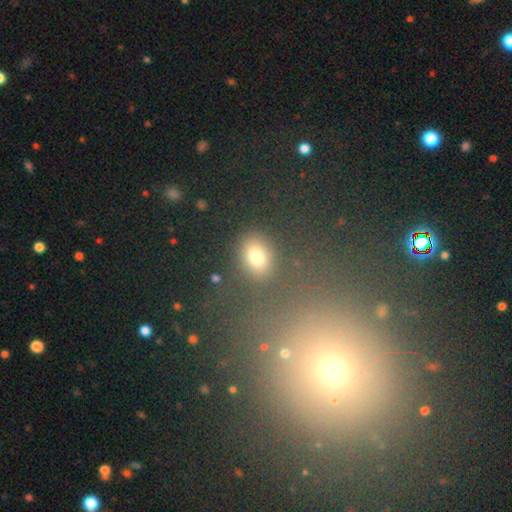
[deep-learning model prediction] Overall: smooth (75%). How rounded: in between (57%; round 40%). Merging: none (82%).